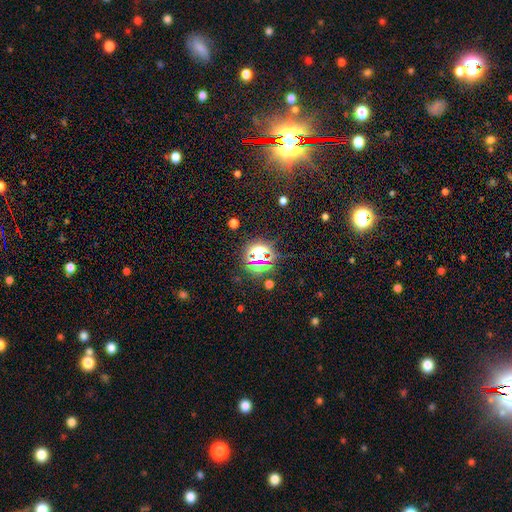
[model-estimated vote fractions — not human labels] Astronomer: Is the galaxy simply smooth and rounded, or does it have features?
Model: star or artifact — 70%.